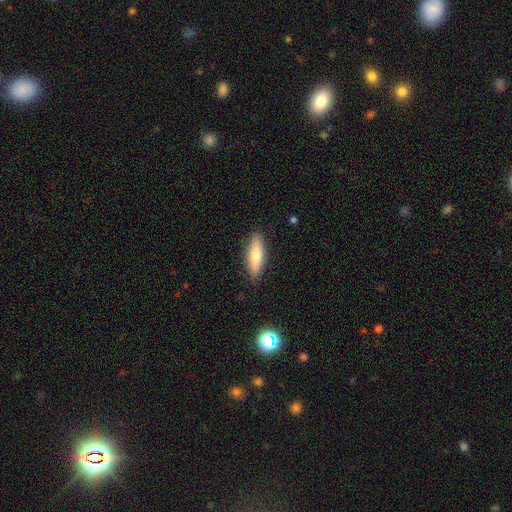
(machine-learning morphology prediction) Q: Smooth or featured?
A: smooth (70%); runner-up: featured or disk (24%)
Q: How rounded?
A: cigar-shaped (62%); runner-up: in between (36%)
Q: Merging?
A: none (87%); runner-up: minor disturbance (10%)